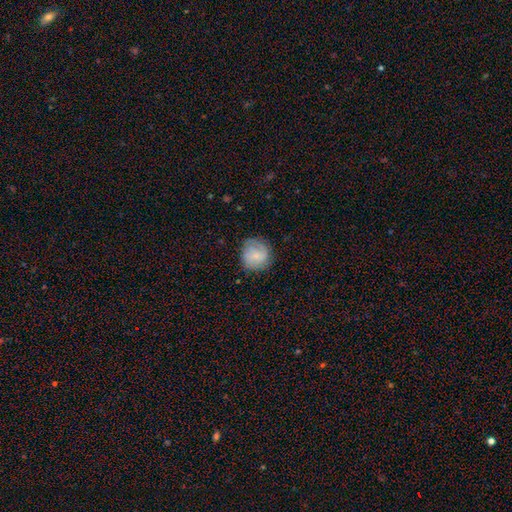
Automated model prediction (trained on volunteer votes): This is possibly a smooth galaxy (57%). How rounded: clearly round (88%). Merging: likely none (77%).